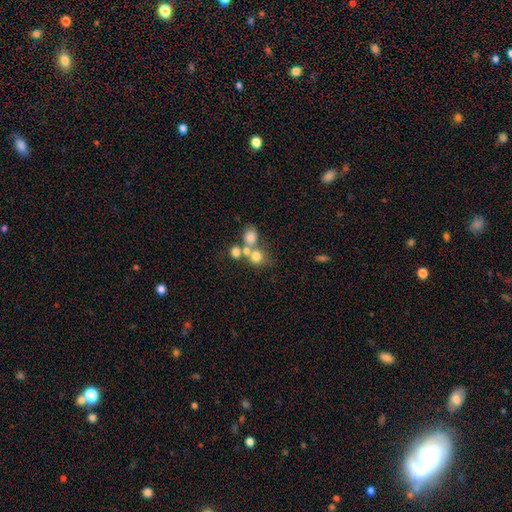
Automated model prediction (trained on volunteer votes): A smooth galaxy with no disk features (70%) that is round (78%).

Vote fractions:
- Smooth or featured? smooth: 70% / featured or disk: 17% / star or artifact: 14%
- How rounded? round: 78% / in between: 21% / cigar-shaped: 1%
- Merging? merger: 47% / none: 39% / minor disturbance: 8% / major disturbance: 6%